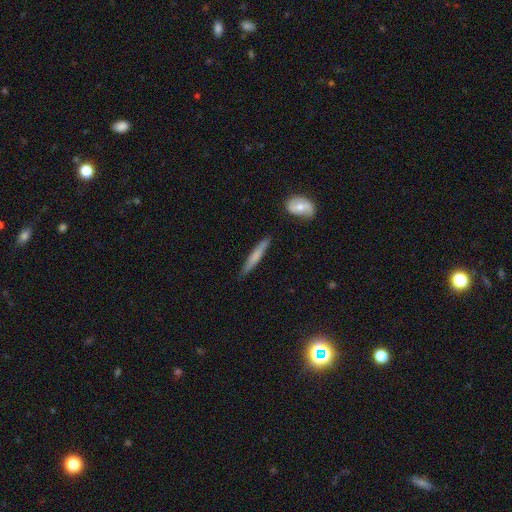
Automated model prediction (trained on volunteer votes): smooth 59%, featured or disk 36%, star or artifact 6%. Down the decision tree: how rounded — cigar-shaped (94%); merging — none (84%).